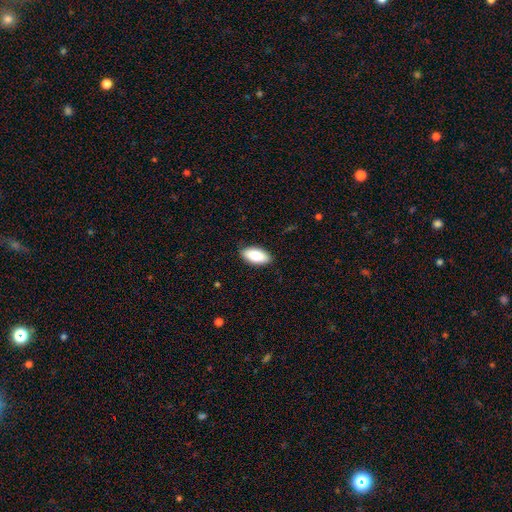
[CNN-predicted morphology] A smooth galaxy with no disk features (83%) that is in between round and cigar-shaped (92%).

Vote fractions:
- Smooth or featured? smooth: 83% / featured or disk: 11% / star or artifact: 6%
- How rounded? in between: 92% / cigar-shaped: 5% / round: 2%
- Merging? none: 87% / minor disturbance: 10% / major disturbance: 2% / merger: 1%